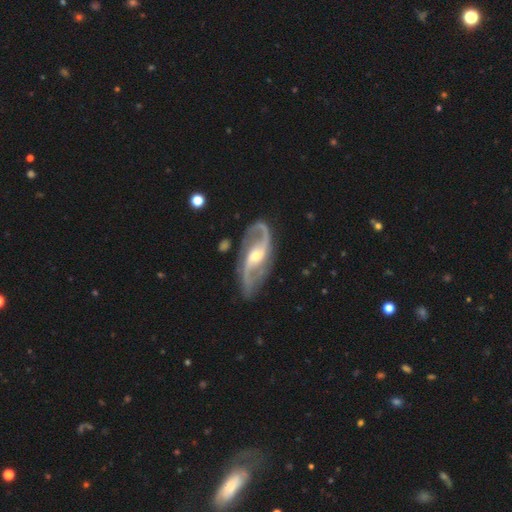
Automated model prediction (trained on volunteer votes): Morphology: type=featured or disk (92%); edge-on=no (96%); bar=weak (44%); spiral arms=yes (98%); winding=medium (45%); arm count=2 (93%); bulge=moderate (53%); merging=none (79%).